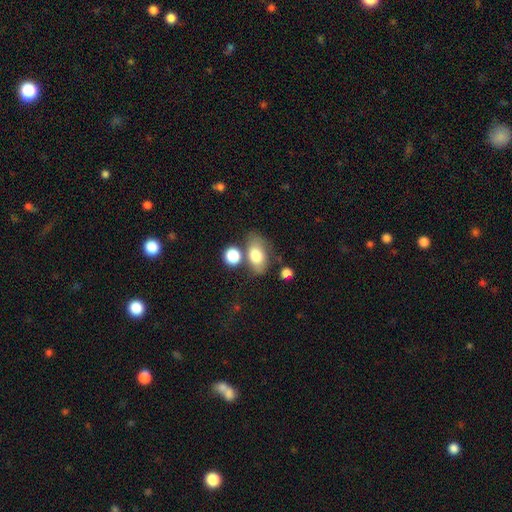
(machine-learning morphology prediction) A smooth galaxy with no disk features (75%) that is in between round and cigar-shaped (86%).

Vote fractions:
- Smooth or featured? smooth: 75% / featured or disk: 17% / star or artifact: 8%
- How rounded? in between: 86% / round: 11% / cigar-shaped: 3%
- Merging? none: 59% / minor disturbance: 19% / merger: 16% / major disturbance: 7%